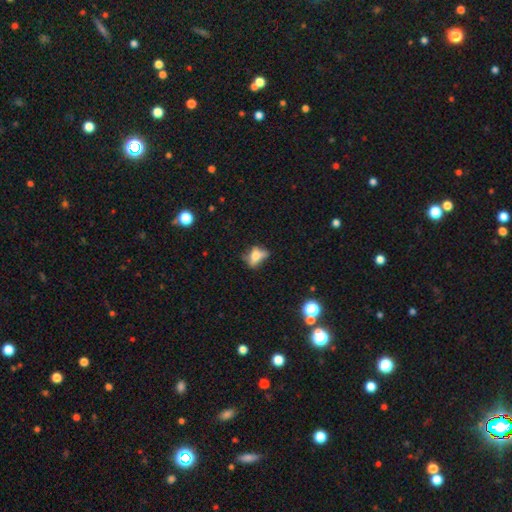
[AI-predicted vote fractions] Q: Smooth or featured?
A: smooth (53%); runner-up: featured or disk (33%)
Q: How rounded?
A: in between (68%); runner-up: round (25%)
Q: Merging?
A: none (41%); runner-up: minor disturbance (29%)